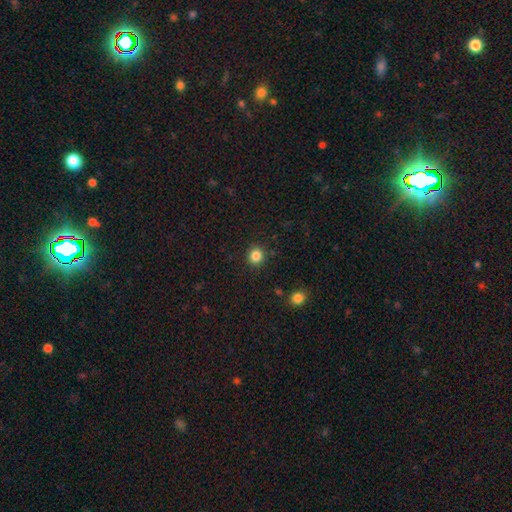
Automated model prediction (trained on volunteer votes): Overall: smooth (84%). How rounded: round (87%). Merging: none (90%).